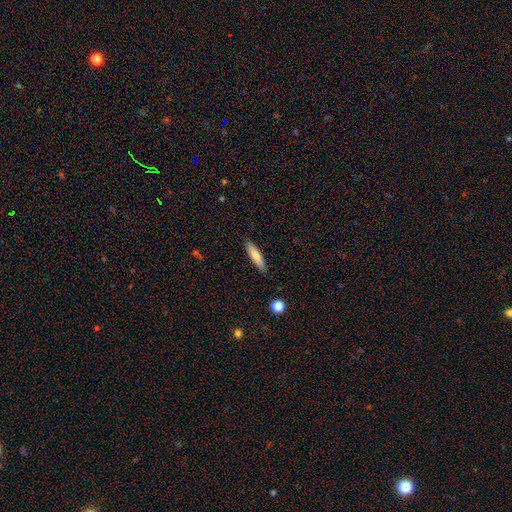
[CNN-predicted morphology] Smooth or featured? smooth (75%)
How rounded? cigar-shaped (77%)
Merging? none (88%)